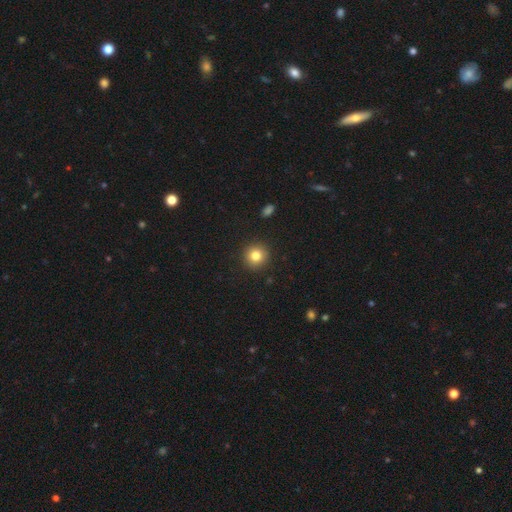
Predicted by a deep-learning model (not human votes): This appears to be a smooth galaxy with no disk features (82%) that is round (94%). Merging: none (92%).